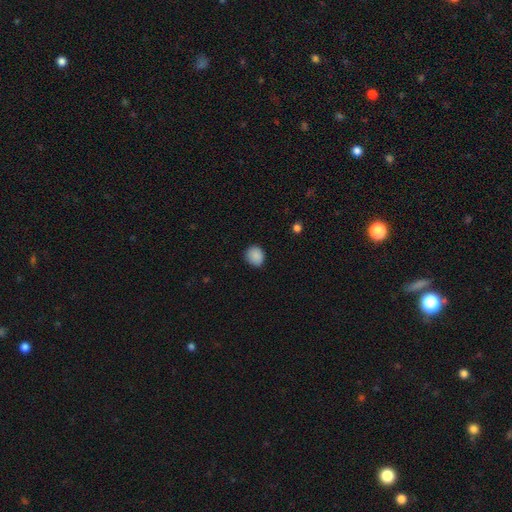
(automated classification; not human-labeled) Smooth or featured? Predicted: smooth (p=0.88). How rounded? Predicted: round (p=0.75). Merging? Predicted: none (p=0.82).